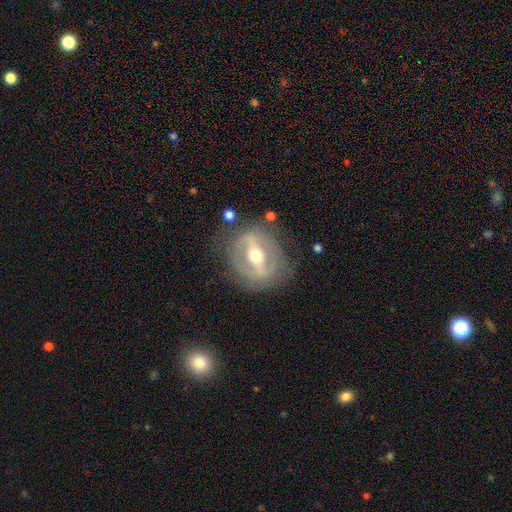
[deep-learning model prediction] Overall: featured or disk (78%). Edge-on disk: no (87%). Bar: strong (71%). Spiral arms: no (68%; yes 32%). Bulge size: moderate (74%). Merging: none (76%).